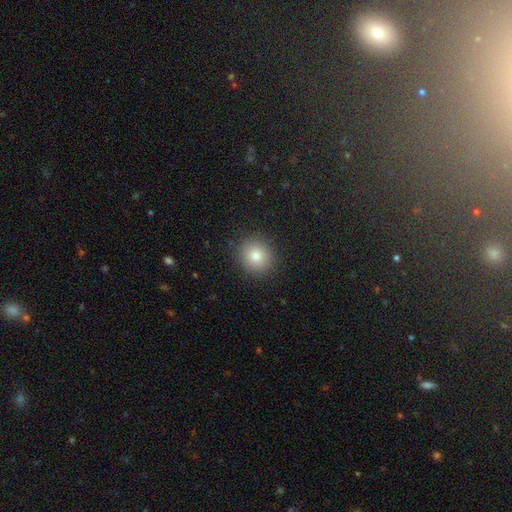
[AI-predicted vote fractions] Morphology: type=smooth (82%); roundness=round (87%); merging=none (90%).